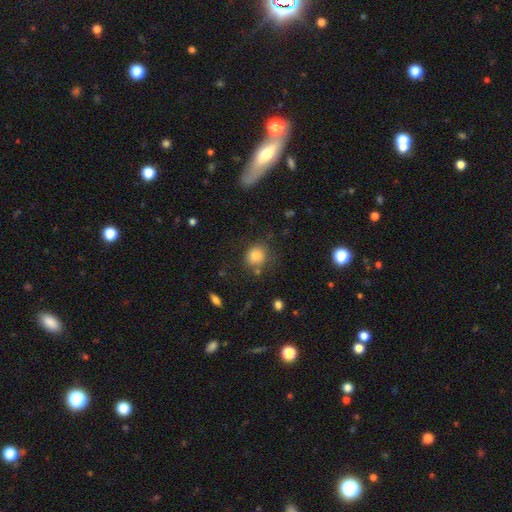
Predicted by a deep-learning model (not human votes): The model was most divided on "merging": none: 70%, minor disturbance: 17%, major disturbance: 7%, merger: 7%. More confident: smooth or featured — smooth (83%); how rounded — round (77%).